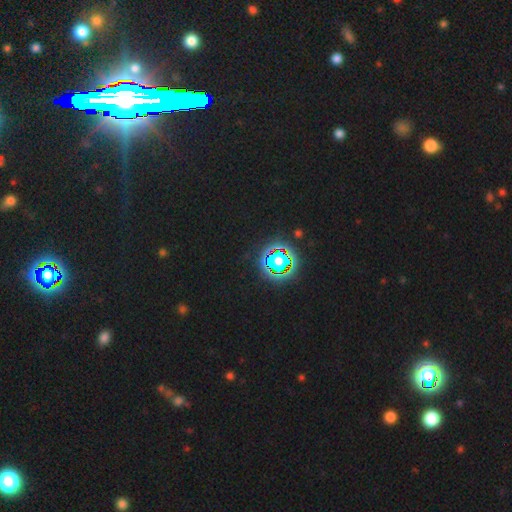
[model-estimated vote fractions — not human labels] A star or artifact, not a galaxy (82%).